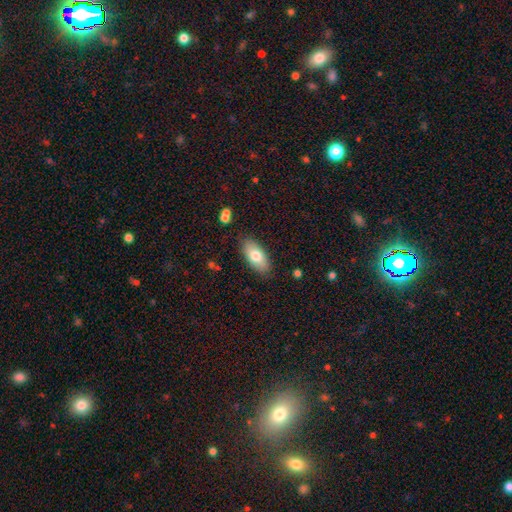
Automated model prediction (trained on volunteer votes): The model was most divided on "smooth or featured": smooth: 76%, featured or disk: 18%, star or artifact: 7%. More confident: how rounded — in between (90%); merging — none (85%).